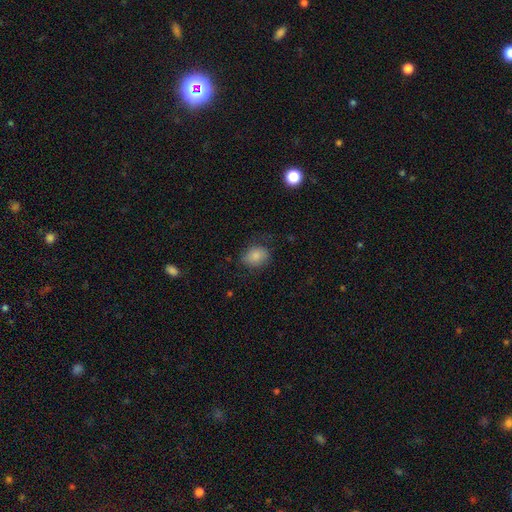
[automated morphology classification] smooth-or-featured: smooth: 82% | featured or disk: 10% | star or artifact: 8%
  how-rounded: in between: 59% | round: 40% | cigar-shaped: 1%
  merging: none: 68% | minor disturbance: 22% | major disturbance: 9% | merger: 1%